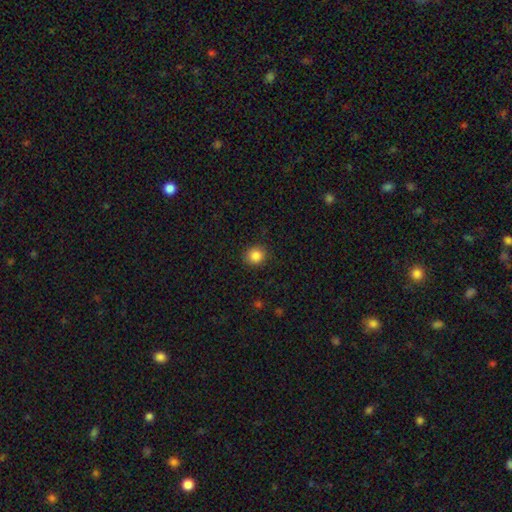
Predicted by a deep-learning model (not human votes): Smooth or featured? Predicted: smooth (p=0.86). How rounded? Predicted: round (p=0.86). Merging? Predicted: none (p=0.90).